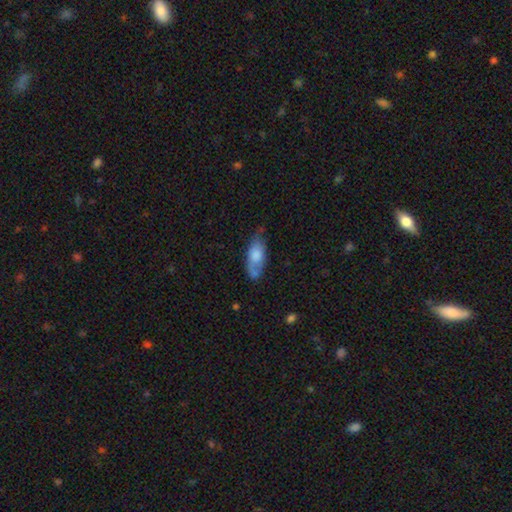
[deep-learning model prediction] Smooth or featured? Predicted: smooth (p=0.65). How rounded? Predicted: in between (p=0.80). Merging? Predicted: none (p=0.53).